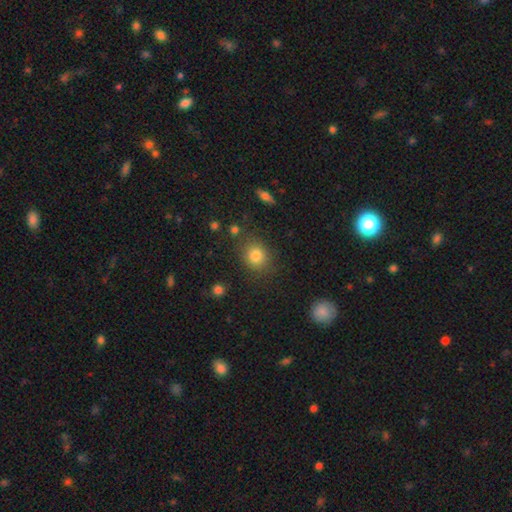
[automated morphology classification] A smooth galaxy with no disk features (82%) that is round (70%). Merging: none (80%).